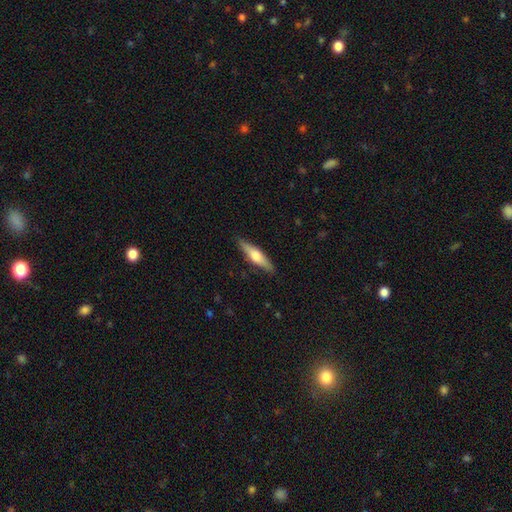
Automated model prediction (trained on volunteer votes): smooth 49%, featured or disk 45%, star or artifact 5%. Down the decision tree: merging — none (88%).